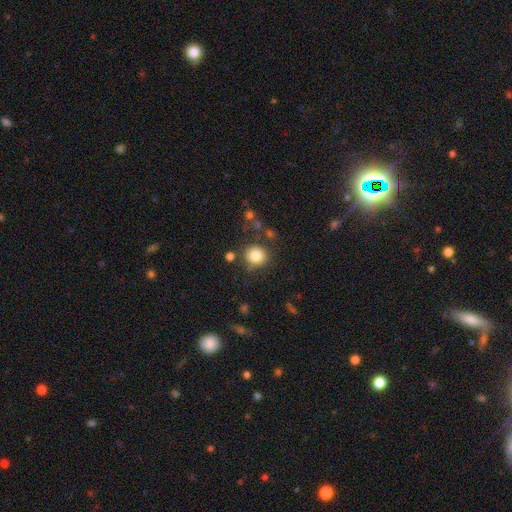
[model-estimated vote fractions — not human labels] The model was most divided on "merging": none: 81%, minor disturbance: 11%, merger: 5%, major disturbance: 4%. More confident: how rounded — round (90%); smooth or featured — smooth (81%).